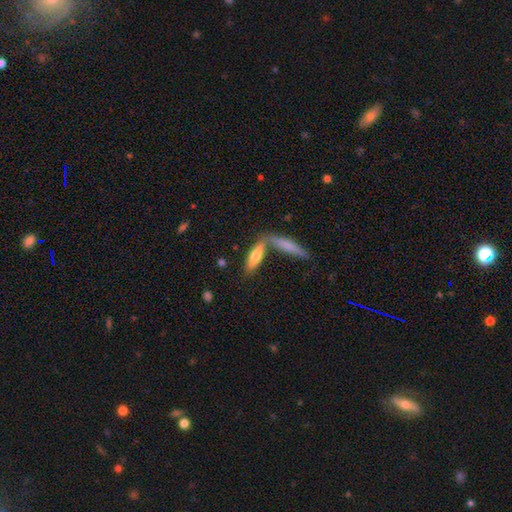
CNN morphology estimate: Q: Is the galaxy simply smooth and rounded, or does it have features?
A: smooth — 68%.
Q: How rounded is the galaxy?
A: cigar-shaped — 55%.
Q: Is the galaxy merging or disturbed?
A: none — 50%.